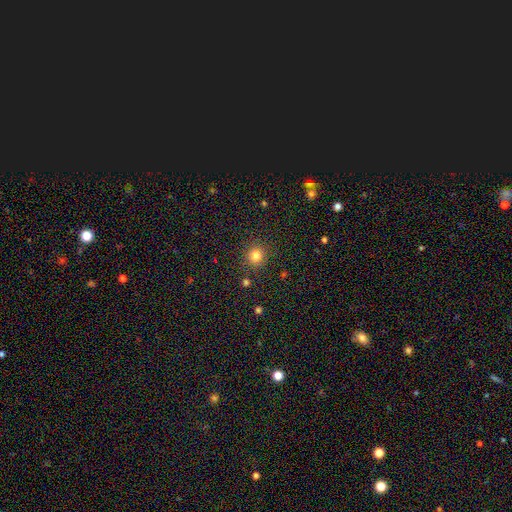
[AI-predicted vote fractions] This is clearly a smooth galaxy (81%). How rounded: clearly round (89%). Merging: clearly none (88%).